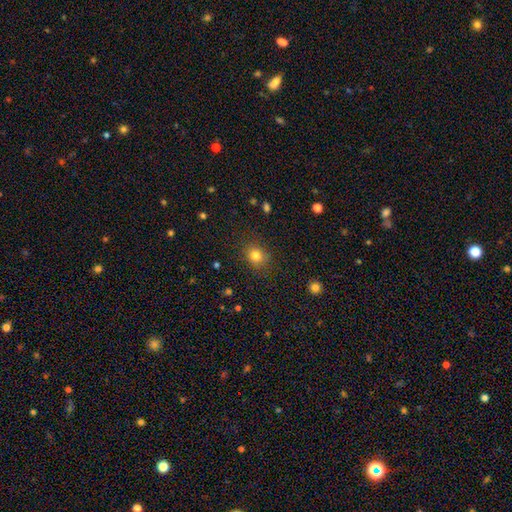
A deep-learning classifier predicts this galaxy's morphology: This appears to be a smooth galaxy with no disk features (82%) that is round (72%). Merging: none (85%).